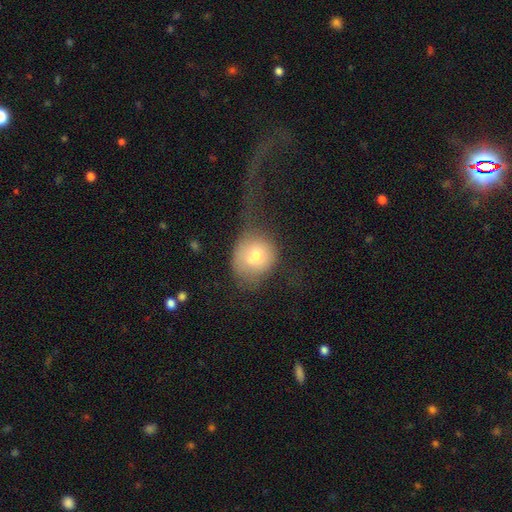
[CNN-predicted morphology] Smooth or featured? Predicted: smooth (p=0.65). How rounded? Predicted: round (p=0.77). Merging? Predicted: major disturbance (p=0.37).